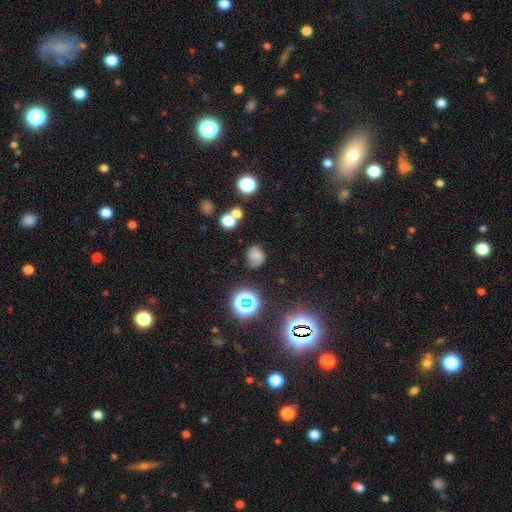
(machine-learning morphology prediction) smooth 52%, featured or disk 28%, star or artifact 20%. Down the decision tree: how rounded — round (62%); merging — none (65%).